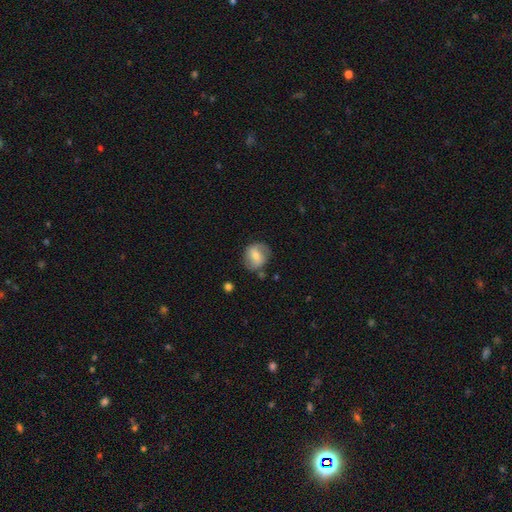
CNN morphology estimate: Smooth or featured? Predicted: smooth (p=0.50). How rounded? Predicted: round (p=0.69). Merging? Predicted: none (p=0.71).